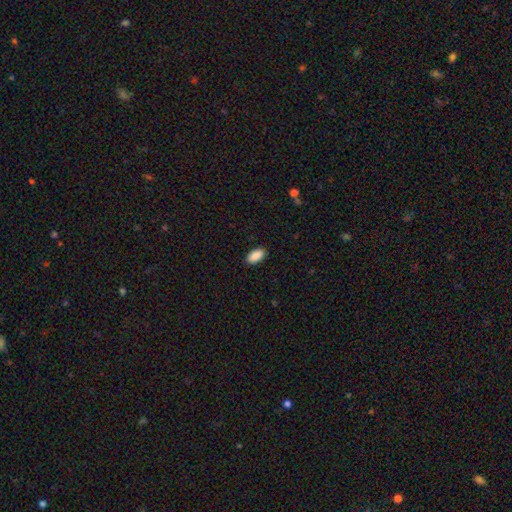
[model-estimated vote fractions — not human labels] Overall: smooth (90%). How rounded: in between (94%). Merging: none (90%).